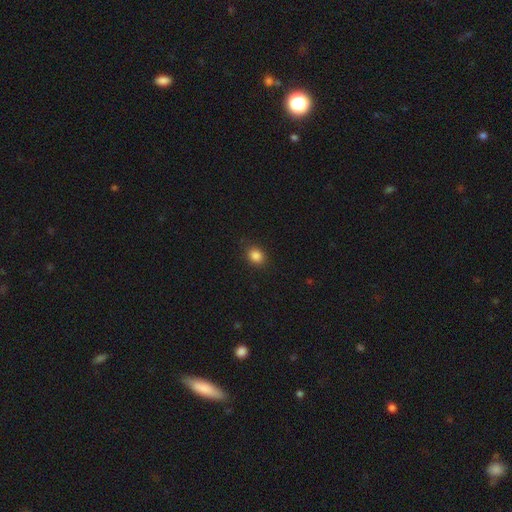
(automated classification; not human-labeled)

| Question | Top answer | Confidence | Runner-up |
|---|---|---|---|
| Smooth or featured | smooth | 85% | star or artifact (11%) |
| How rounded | round | 54% | in between (45%) |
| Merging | none | 88% | minor disturbance (9%) |